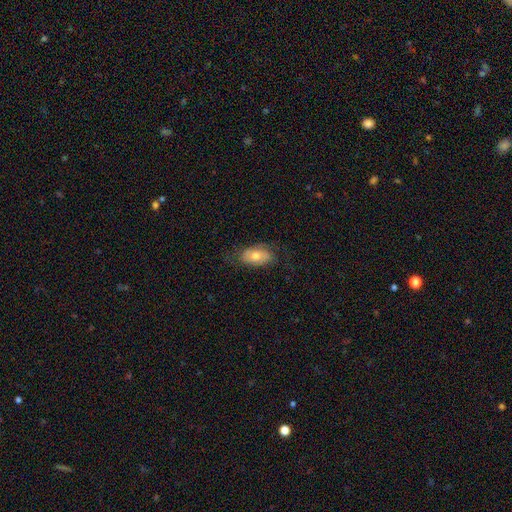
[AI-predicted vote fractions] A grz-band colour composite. It shows a smooth galaxy with no disk features (60%) that is in between round and cigar-shaped (91%). Merging: none (67%).